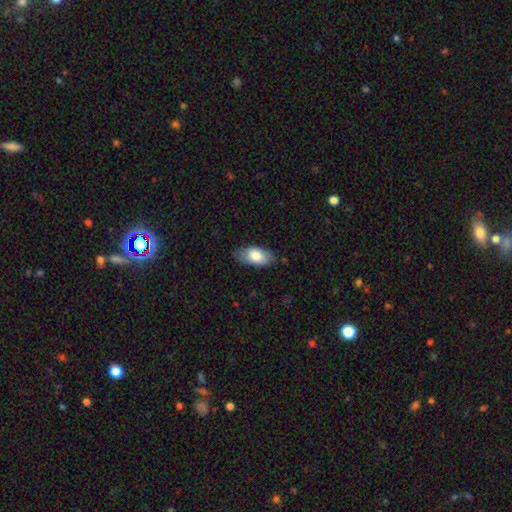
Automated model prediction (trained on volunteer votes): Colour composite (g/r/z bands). It shows a smooth galaxy with no disk features (76%) that is in between round and cigar-shaped (92%). Merging: none (75%).